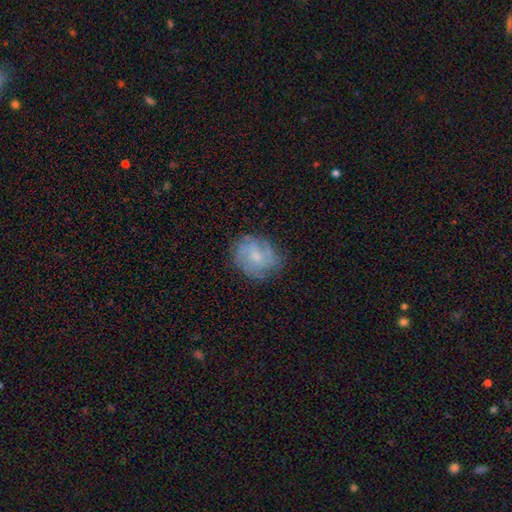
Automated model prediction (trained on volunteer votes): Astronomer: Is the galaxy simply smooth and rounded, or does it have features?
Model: featured or disk — 58% (runner-up: smooth, 33%).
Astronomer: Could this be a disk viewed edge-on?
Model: no — 97%.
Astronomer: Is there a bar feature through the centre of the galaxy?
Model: no — 61%.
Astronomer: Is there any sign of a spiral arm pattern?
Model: yes — 77%.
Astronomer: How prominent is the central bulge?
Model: small — 63%.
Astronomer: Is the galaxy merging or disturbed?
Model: none — 72%.